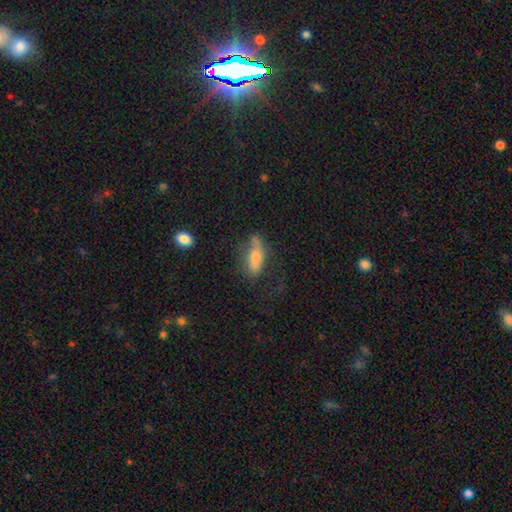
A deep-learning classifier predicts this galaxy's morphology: This is possibly a smooth galaxy (58%). How rounded: possibly in between (59%). Merging: possibly none (53%).